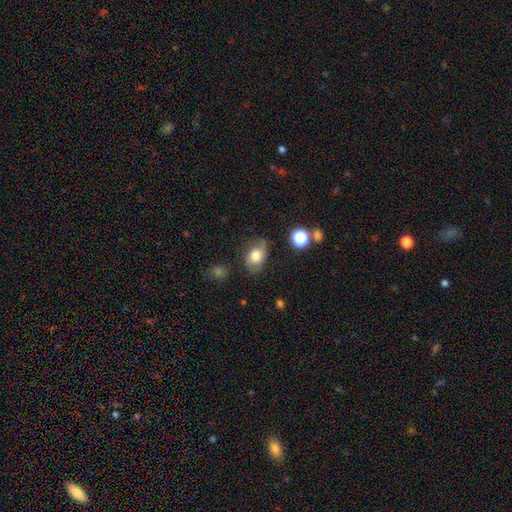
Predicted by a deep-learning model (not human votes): smooth-or-featured: smooth: 65% | featured or disk: 26% | star or artifact: 10%
  how-rounded: in between: 76% | round: 22% | cigar-shaped: 1%
  merging: none: 60% | minor disturbance: 27% | major disturbance: 11% | merger: 3%